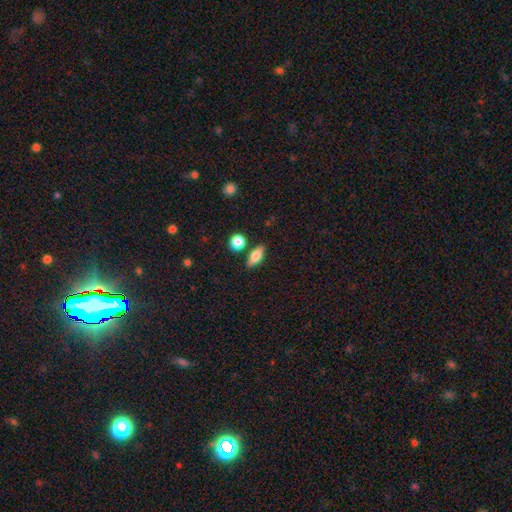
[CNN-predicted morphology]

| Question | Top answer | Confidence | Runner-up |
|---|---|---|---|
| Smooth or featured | smooth | 74% | featured or disk (18%) |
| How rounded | in between | 71% | cigar-shaped (22%) |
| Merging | none | 80% | minor disturbance (11%) |